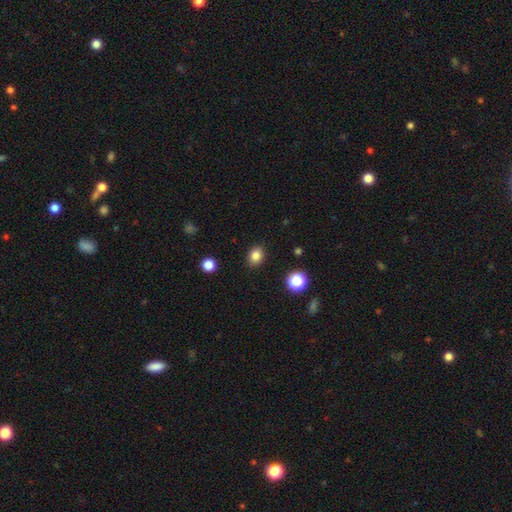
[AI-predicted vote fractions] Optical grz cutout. It shows a smooth galaxy with no disk features (83%) that is in between round and cigar-shaped (51%). Merging: none (88%).